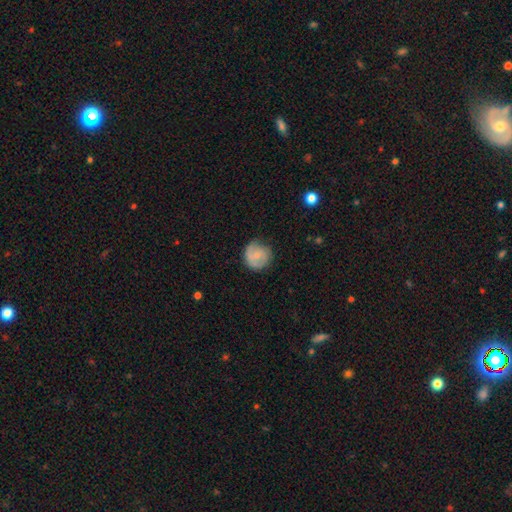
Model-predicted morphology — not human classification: Overall: smooth (56%; featured or disk 38%). How rounded: round (89%). Merging: none (67%).